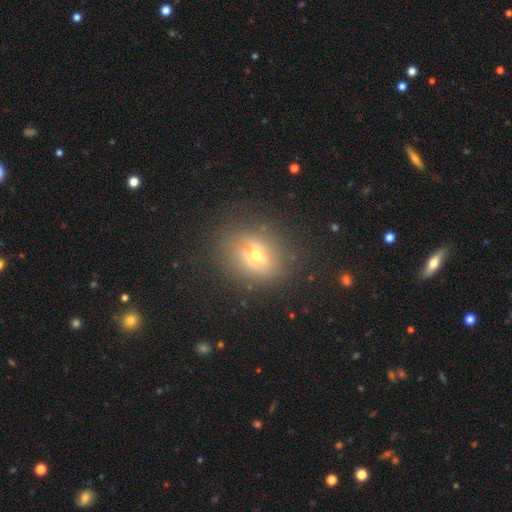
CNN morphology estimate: smooth_or_featured: featured or disk (p=0.44) [alt: smooth p=0.42]
merging: none (p=0.75) [alt: minor disturbance p=0.16]